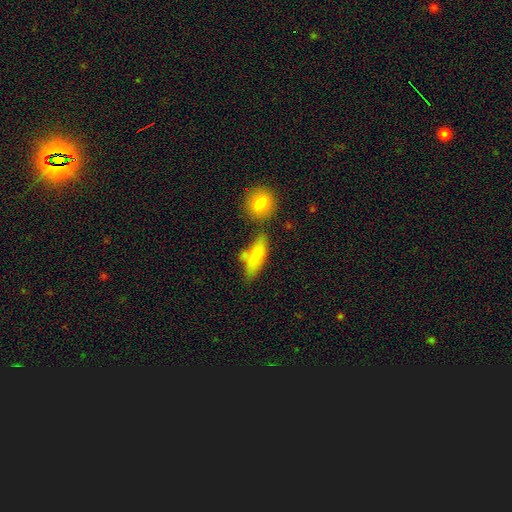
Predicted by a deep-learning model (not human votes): A smooth galaxy with no disk features (80%) that is in between round and cigar-shaped (62%). Merging: none (53%).